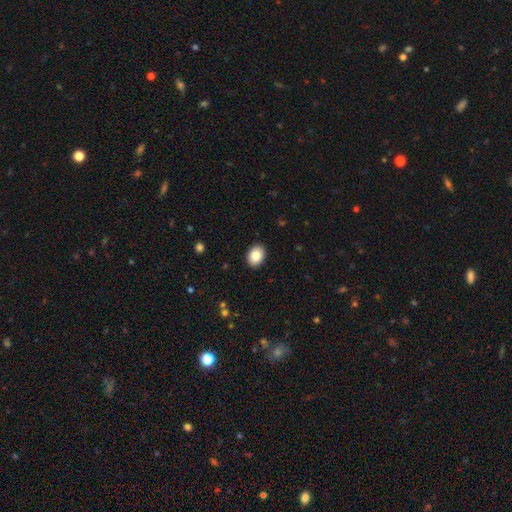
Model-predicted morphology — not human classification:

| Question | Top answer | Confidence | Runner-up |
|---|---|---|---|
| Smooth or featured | smooth | 85% | star or artifact (8%) |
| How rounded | in between | 70% | round (30%) |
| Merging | none | 91% | minor disturbance (7%) |